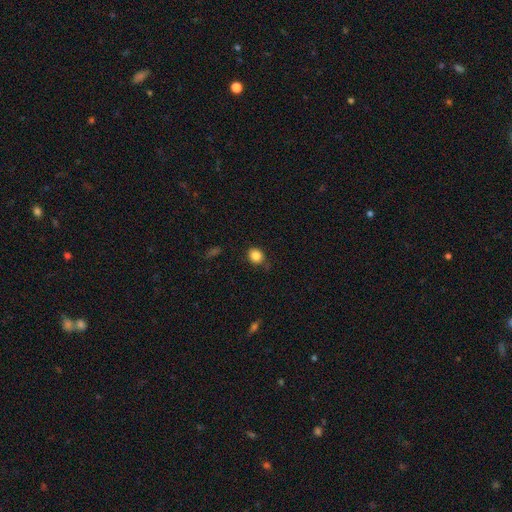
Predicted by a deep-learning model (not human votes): A smooth galaxy with no disk features (84%) that is round (73%).

Vote fractions:
- Smooth or featured? smooth: 84% / star or artifact: 10% / featured or disk: 5%
- How rounded? round: 73% / in between: 26% / cigar-shaped: 1%
- Merging? none: 79% / minor disturbance: 15% / major disturbance: 3% / merger: 2%